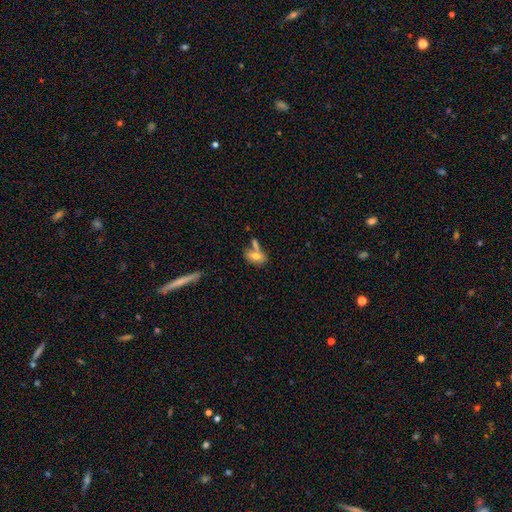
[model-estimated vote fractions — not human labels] A smooth galaxy with no disk features (55%) that is in between round and cigar-shaped (65%).

Vote fractions:
- Smooth or featured? smooth: 55% / featured or disk: 33% / star or artifact: 12%
- How rounded? in between: 65% / cigar-shaped: 18% / round: 17%
- Merging? none: 47% / merger: 32% / minor disturbance: 14% / major disturbance: 7%